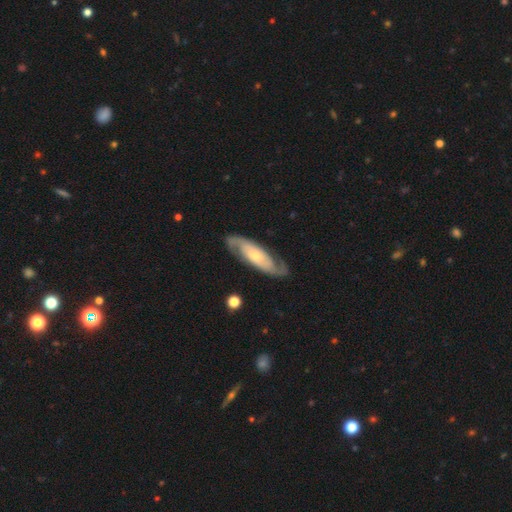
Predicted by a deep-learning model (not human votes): A featured or disk galaxy (83%) with no bar (63%), 2 (88%) medium (44%) spiral arms (95%) and a small central bulge (58%). Merging: none (81%).